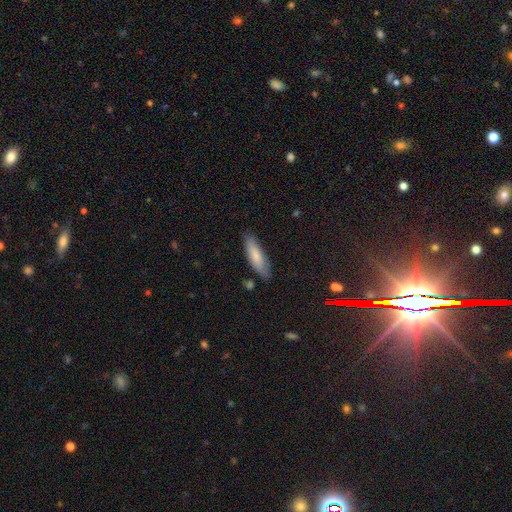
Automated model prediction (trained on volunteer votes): smooth 81%, featured or disk 13%, star or artifact 6%. Down the decision tree: how rounded — cigar-shaped (60%); merging — none (82%).